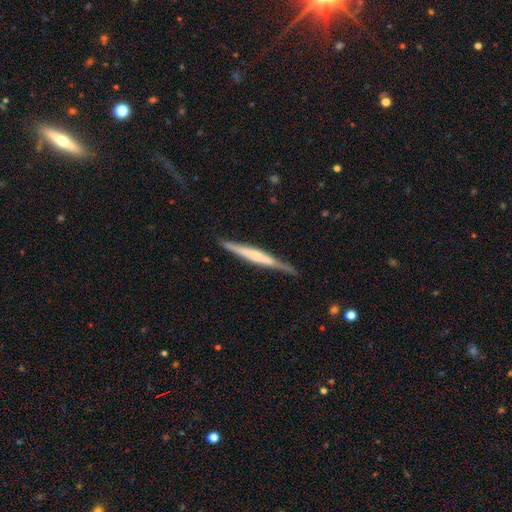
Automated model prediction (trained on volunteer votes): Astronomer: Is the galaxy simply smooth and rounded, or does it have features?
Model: featured or disk — 64%.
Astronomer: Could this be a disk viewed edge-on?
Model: yes — 97%.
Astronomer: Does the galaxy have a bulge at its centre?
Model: rounded — 39% (runner-up: none, 34%).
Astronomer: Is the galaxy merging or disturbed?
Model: none — 84%.